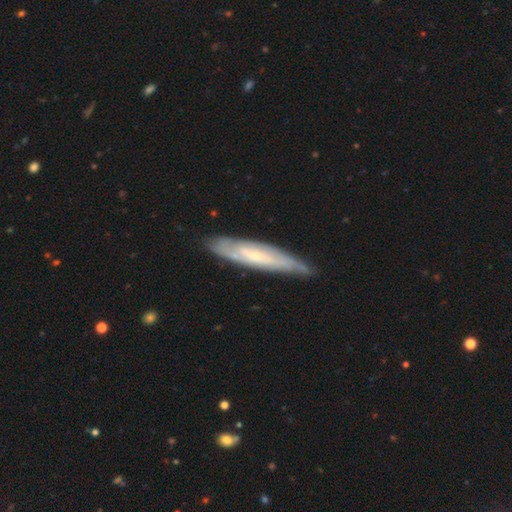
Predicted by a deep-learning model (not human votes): Morphology: type=featured or disk (65%); edge-on=yes (54%); merging=none (78%).